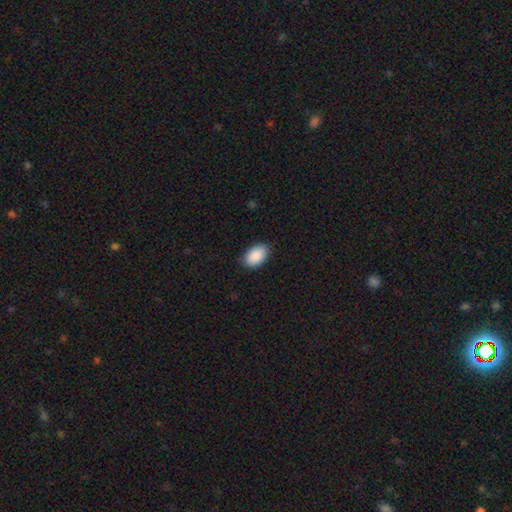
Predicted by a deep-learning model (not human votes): This is clearly a smooth galaxy (90%). How rounded: clearly in between (93%). Merging: clearly none (85%).